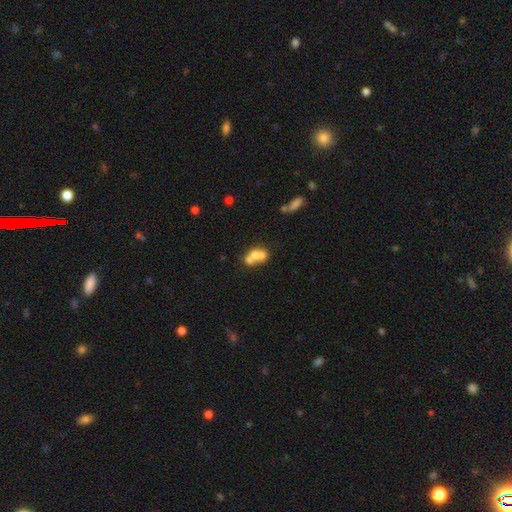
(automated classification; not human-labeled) smooth 56%, featured or disk 33%, star or artifact 12%. Down the decision tree: how rounded — in between (51%); merging — merger (62%).